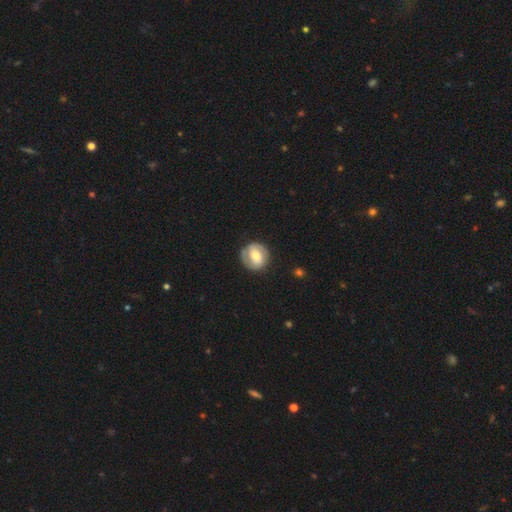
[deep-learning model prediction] Smooth or featured?
  - featured or disk: 58% *
  - smooth: 36%
  - star or artifact: 6%
Edge-on disk?
  - no: 97% *
  - yes: 3%
Bar?
  - weak: 42% *
  - no: 29%
  - strong: 29%
Spiral arms?
  - yes: 76% *
  - no: 24%
Bulge size?
  - moderate: 64% *
  - small: 20%
  - large: 12%
  - none: 2%
  - dominant: 2%
Merging?
  - none: 81% *
  - minor disturbance: 13%
  - major disturbance: 5%
  - merger: 1%